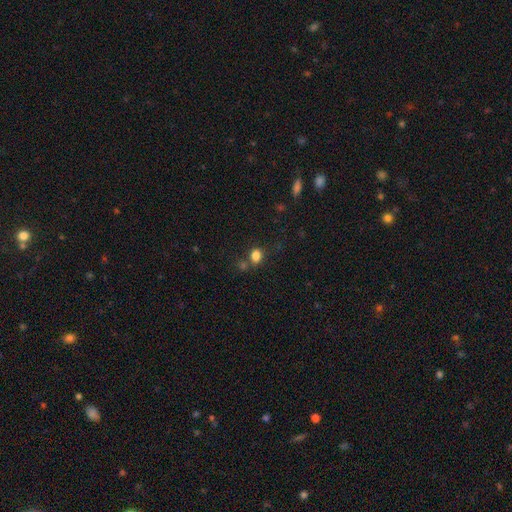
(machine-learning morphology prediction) smooth-or-featured: smooth: 81% | star or artifact: 13% | featured or disk: 6%
  how-rounded: round: 58% | in between: 41% | cigar-shaped: 1%
  merging: none: 66% | merger: 16% | minor disturbance: 14% | major disturbance: 5%